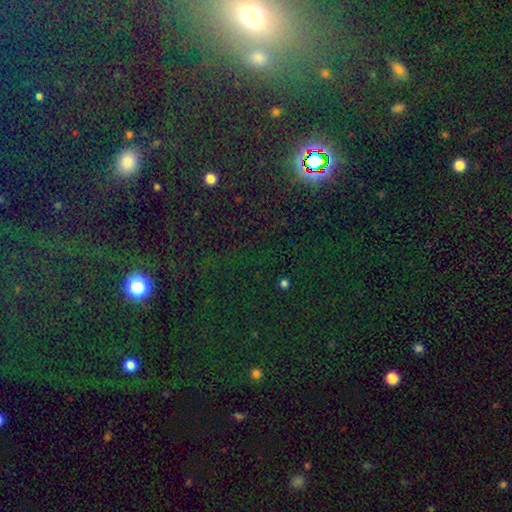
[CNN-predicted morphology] Q: Smooth or featured?
A: star or artifact (76%); runner-up: smooth (16%)